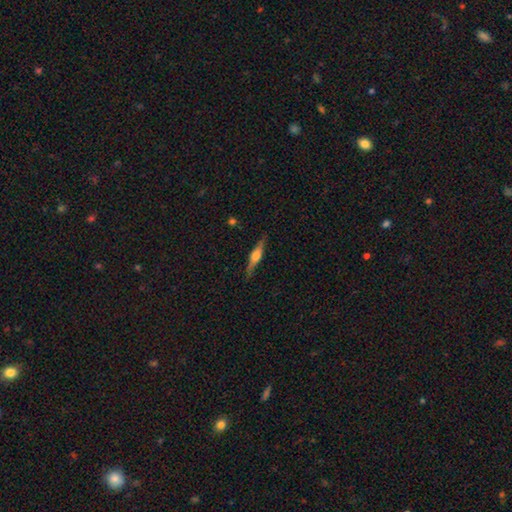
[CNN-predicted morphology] Q: Smooth or featured?
A: featured or disk (69%); runner-up: smooth (24%)
Q: Edge-on disk?
A: yes (97%); runner-up: no (3%)
Q: Edge-on bulge?
A: rounded (85%); runner-up: boxy (12%)
Q: Merging?
A: none (88%); runner-up: minor disturbance (9%)